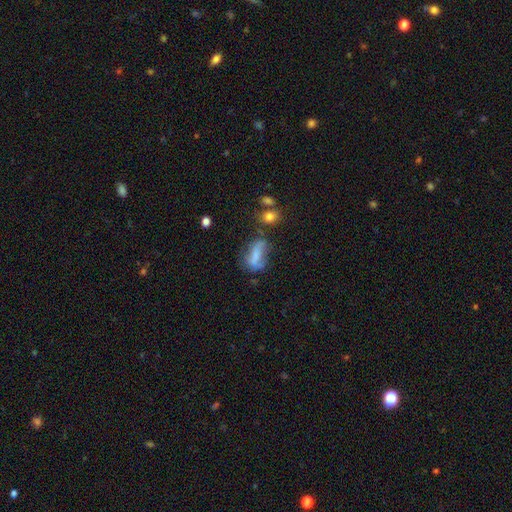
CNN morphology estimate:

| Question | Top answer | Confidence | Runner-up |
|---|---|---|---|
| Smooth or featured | smooth | 63% | featured or disk (25%) |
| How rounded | in between | 70% | cigar-shaped (25%) |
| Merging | none | 34% | major disturbance (28%) |